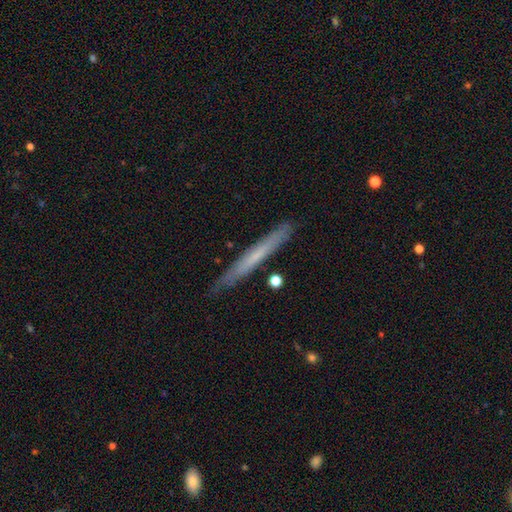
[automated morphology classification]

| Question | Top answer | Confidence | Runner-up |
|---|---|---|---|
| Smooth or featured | smooth | 51% | featured or disk (43%) |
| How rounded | cigar-shaped | 96% | in between (2%) |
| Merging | none | 85% | minor disturbance (12%) |